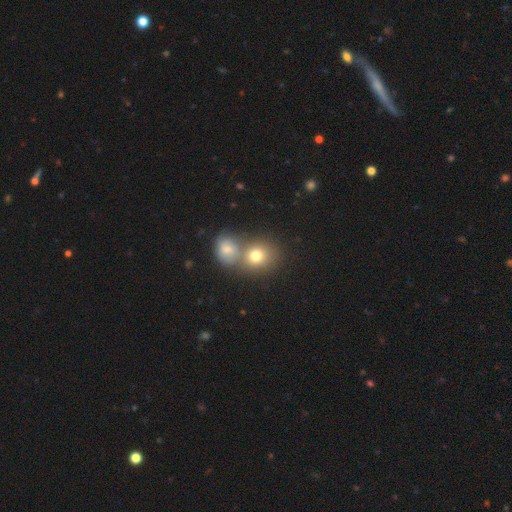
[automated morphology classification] Smooth or featured? Predicted: smooth (p=0.75). How rounded? Predicted: round (p=0.73). Merging? Predicted: merger (p=0.47).